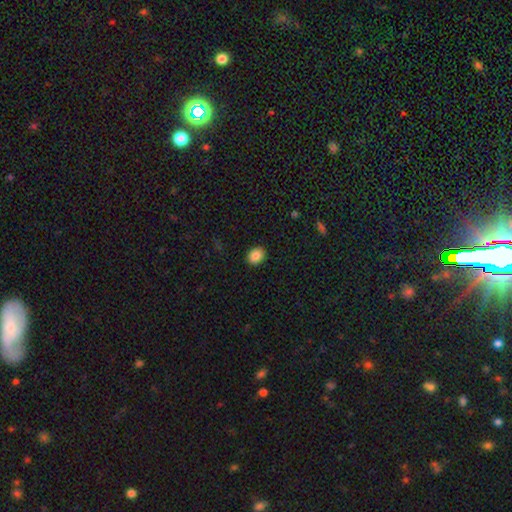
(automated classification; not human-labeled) Morphology: type=smooth (88%); roundness=in between (57%); merging=none (91%).